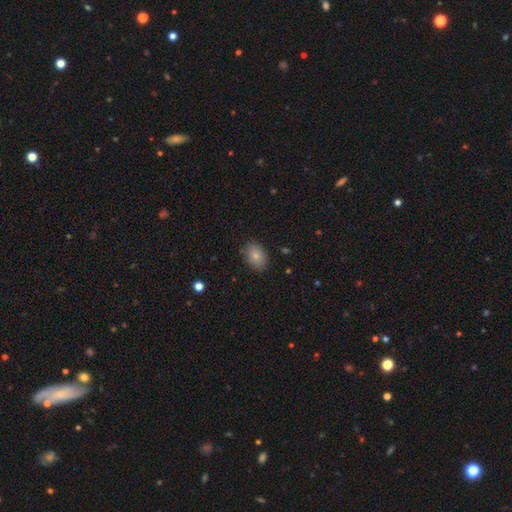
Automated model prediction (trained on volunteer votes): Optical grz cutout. It shows a smooth galaxy with no disk features (81%) that is in between round and cigar-shaped (81%). Merging: none (86%).